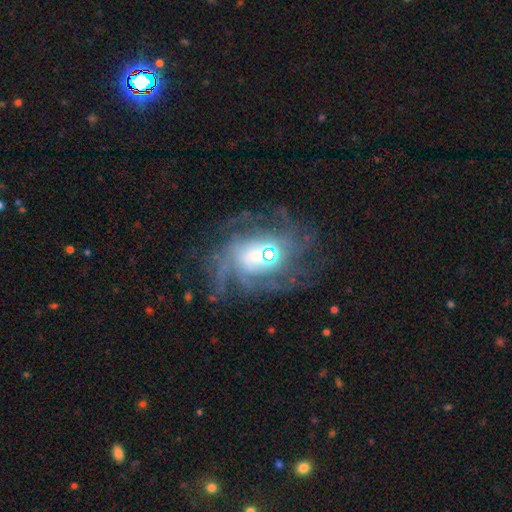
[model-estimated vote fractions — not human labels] Overall: featured or disk (81%). Edge-on disk: no (97%). Bar: no (63%; weak 27%). Spiral arms: yes (92%). Spiral arm count: can't tell (28%; 3 19%). Spiral winding: tight (43%; medium 38%). Bulge size: moderate (43%; large 27%). Merging: none (57%; major disturbance 19%).